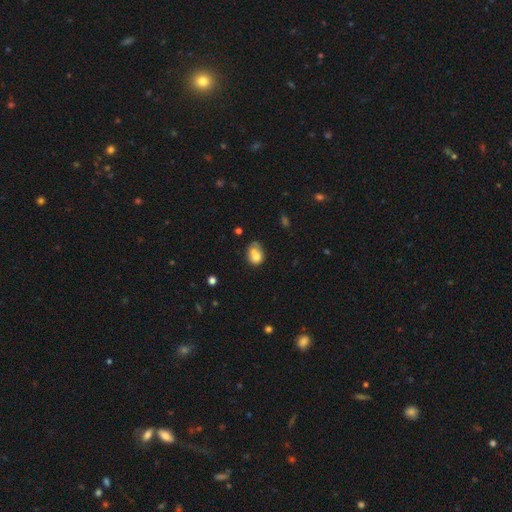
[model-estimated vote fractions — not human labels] A smooth galaxy with no disk features (68%) that is in between round and cigar-shaped (59%). Merging: merger (38%).